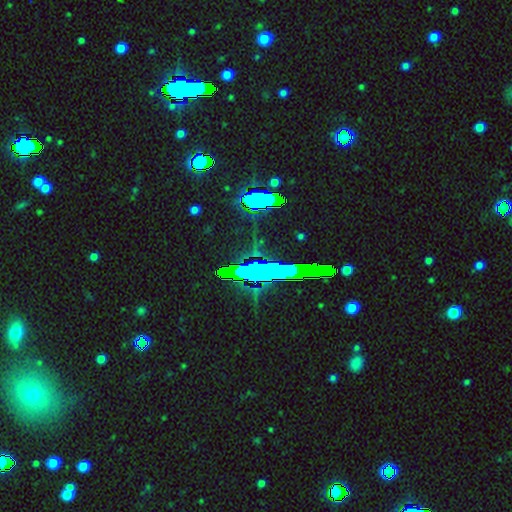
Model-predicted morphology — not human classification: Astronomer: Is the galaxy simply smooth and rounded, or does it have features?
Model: star or artifact — 72%.